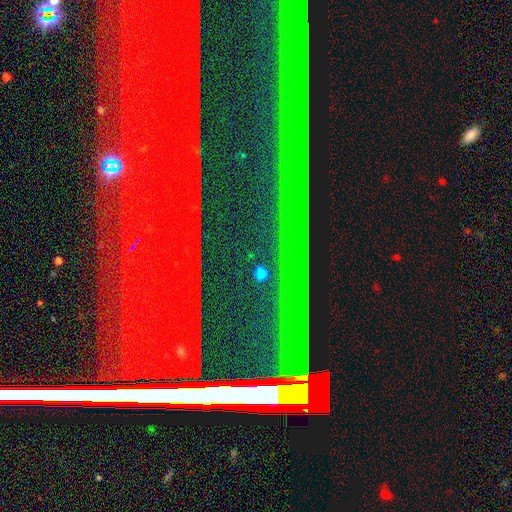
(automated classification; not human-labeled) This is clearly a star or artifact rather than a galaxy (83%).